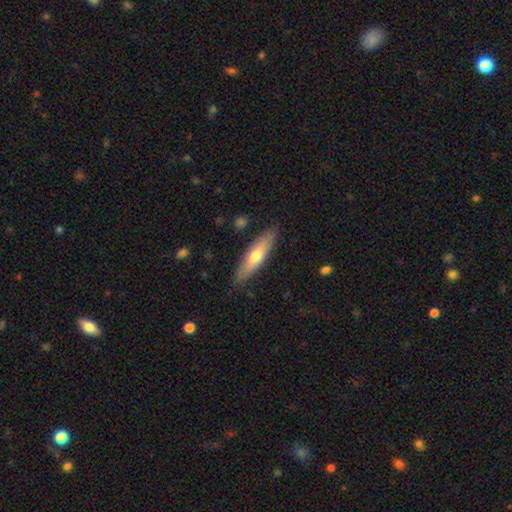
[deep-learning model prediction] A smooth galaxy with no disk features (58%) that is cigar-shaped (67%). Merging: none (86%).